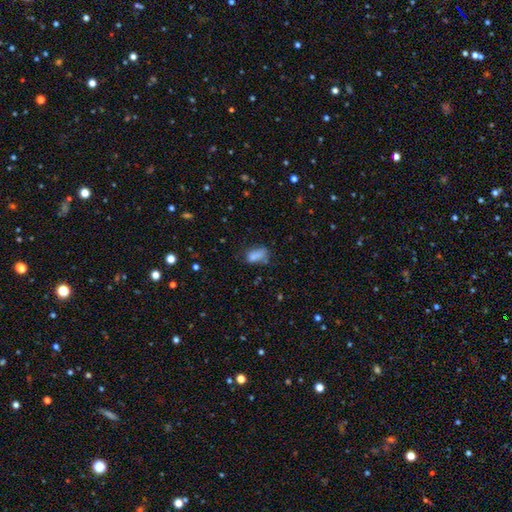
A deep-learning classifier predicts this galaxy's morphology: type=smooth (78%); roundness=in between (86%); merging=none (45%).